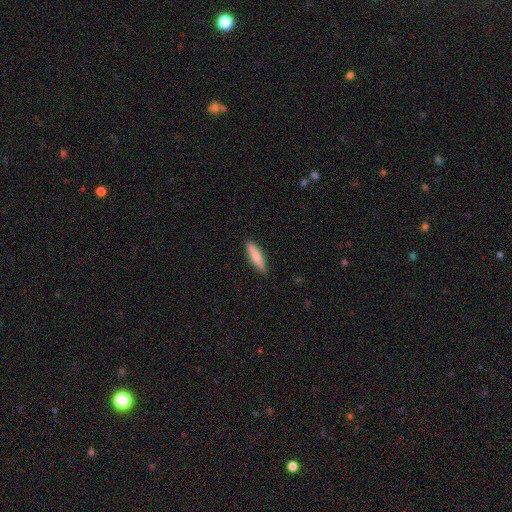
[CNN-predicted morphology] Smooth or featured? smooth (81%)
How rounded? cigar-shaped (79%)
Merging? none (87%)